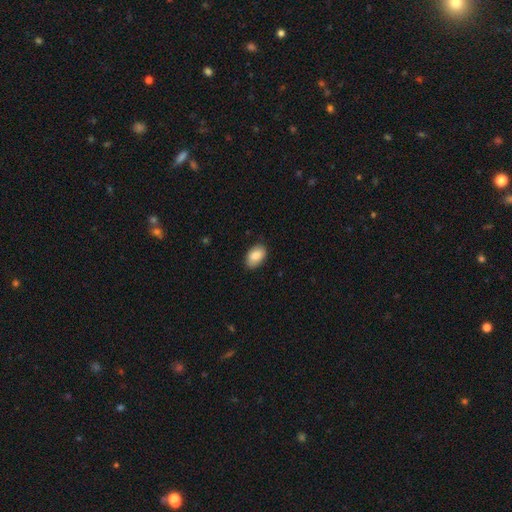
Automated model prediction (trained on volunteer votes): Smooth or featured? smooth (86%)
How rounded? in between (91%)
Merging? none (84%)